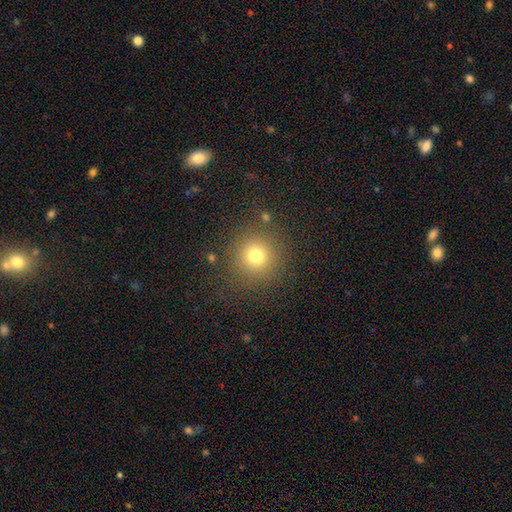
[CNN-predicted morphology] This appears to be a smooth galaxy with no disk features (75%) that is round (93%). Merging: none (85%).